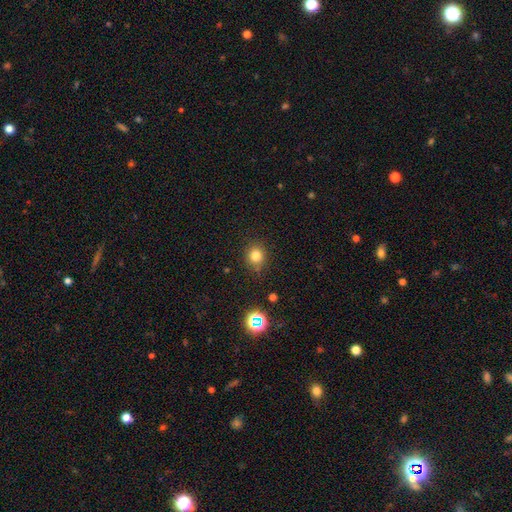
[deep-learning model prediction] smooth_or_featured: smooth (p=0.79) [alt: star or artifact p=0.15]
how_rounded: round (p=0.82) [alt: in between p=0.17]
merging: none (p=0.84) [alt: minor disturbance p=0.11]